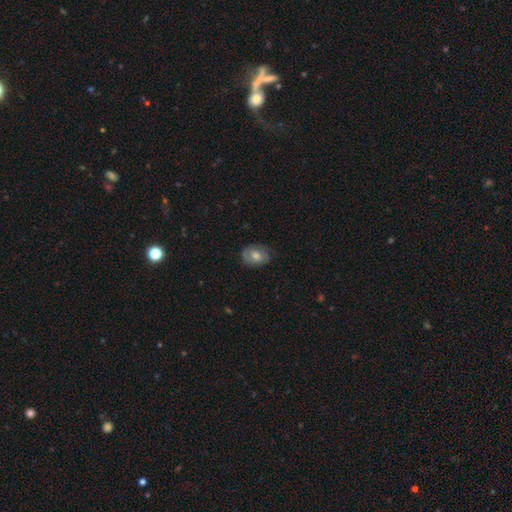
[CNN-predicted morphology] Overall: smooth (58%; featured or disk 33%). How rounded: in between (62%; round 37%). Merging: none (78%).